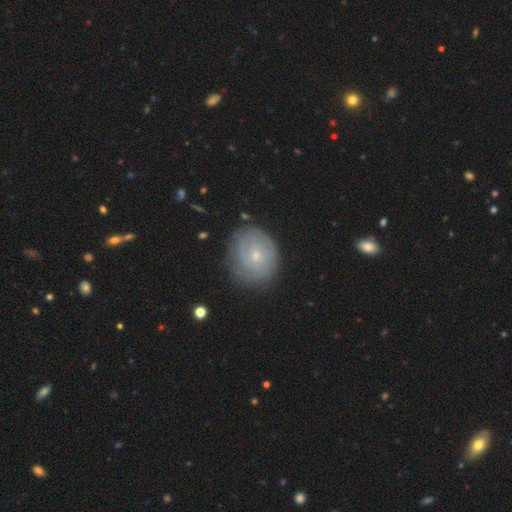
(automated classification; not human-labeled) This is possibly a featured or disk galaxy (56%). It is clearly not viewed edge-on (97%). Bar: likely no (75%). Spiral arm pattern: likely yes (77%). Central bulge: likely small (71%). Merging: likely none (77%).